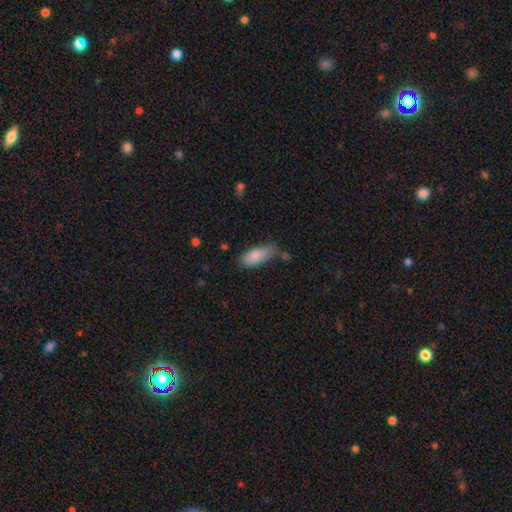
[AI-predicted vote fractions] Overall: smooth (85%). How rounded: in between (80%). Merging: none (57%; minor disturbance 30%).